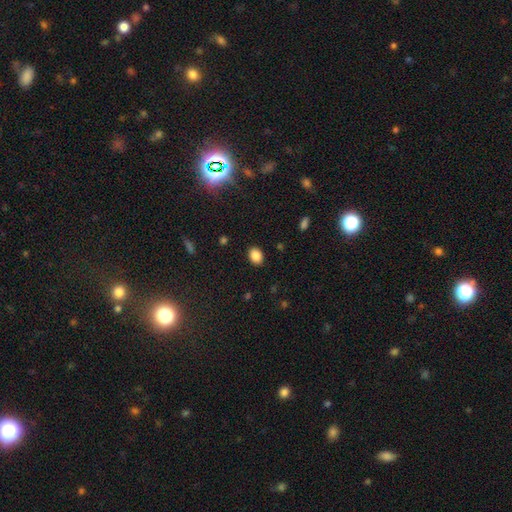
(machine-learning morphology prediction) Overall: smooth (87%). How rounded: in between (67%; round 32%). Merging: none (89%).